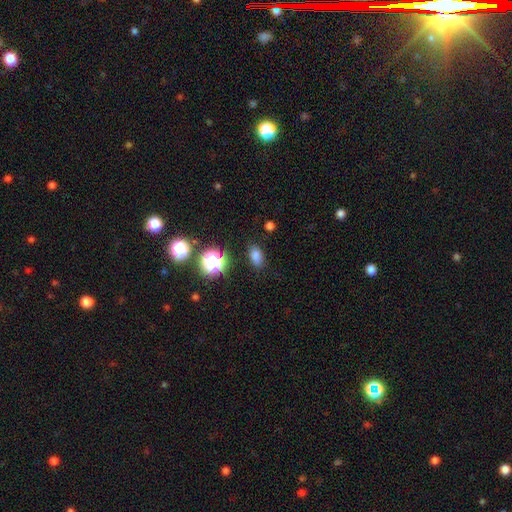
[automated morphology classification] Smooth or featured?
  - smooth: 77% *
  - star or artifact: 18%
  - featured or disk: 6%
How rounded?
  - in between: 81% *
  - round: 17%
  - cigar-shaped: 2%
Merging?
  - none: 85% *
  - minor disturbance: 10%
  - major disturbance: 3%
  - merger: 2%